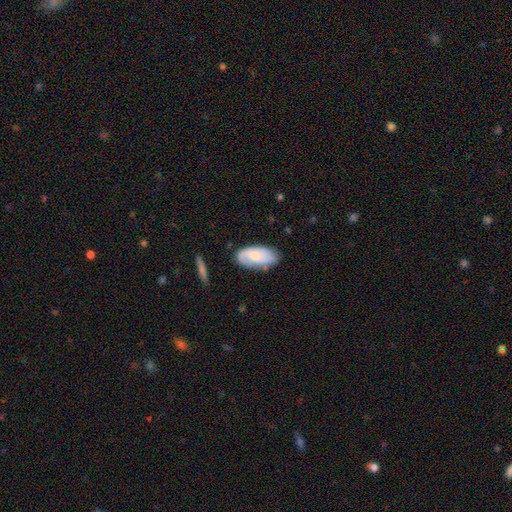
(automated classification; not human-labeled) Smooth or featured: smooth — 56% (featured or disk — 37%)
How rounded: in between — 93% (cigar-shaped — 5%)
Merging: none — 71% (minor disturbance — 22%)